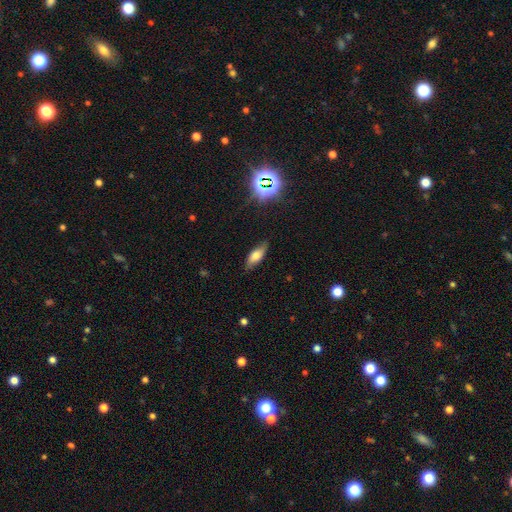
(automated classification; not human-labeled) Morphology: type=smooth (65%); roundness=in between (71%); merging=none (82%).